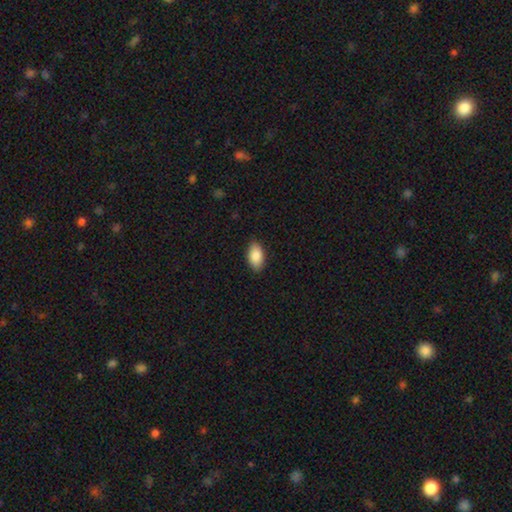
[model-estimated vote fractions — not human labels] Smooth or featured: smooth — 87% (star or artifact — 7%)
How rounded: in between — 94% (round — 4%)
Merging: none — 87% (minor disturbance — 10%)